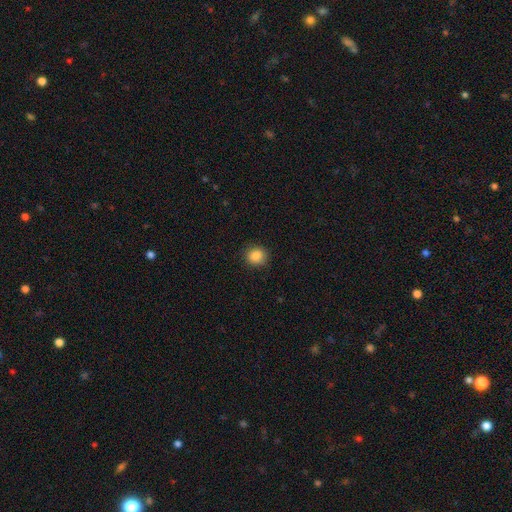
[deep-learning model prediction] A smooth galaxy with no disk features (86%) that is round (87%). Merging: none (90%).